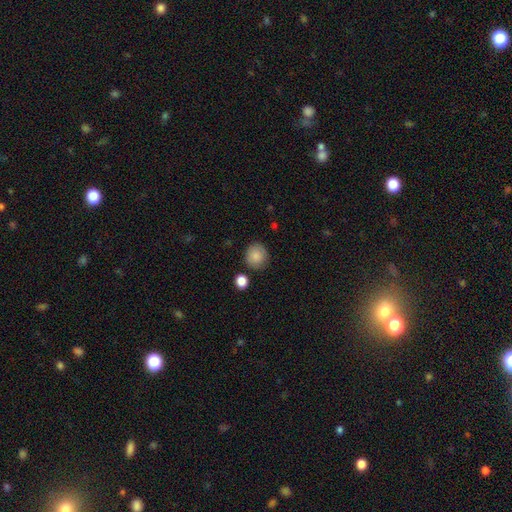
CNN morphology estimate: Smooth or featured?
  - smooth: 87% *
  - star or artifact: 8%
  - featured or disk: 5%
How rounded?
  - round: 86% *
  - in between: 13%
  - cigar-shaped: 1%
Merging?
  - none: 84% *
  - minor disturbance: 10%
  - merger: 3%
  - major disturbance: 3%